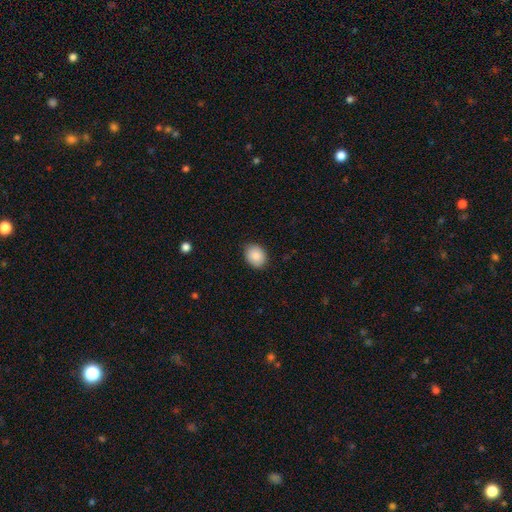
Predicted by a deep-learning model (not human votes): The model was most divided on "how rounded": round: 50%, in between: 49%, cigar-shaped: 1%. More confident: smooth or featured — smooth (88%); merging — none (87%).